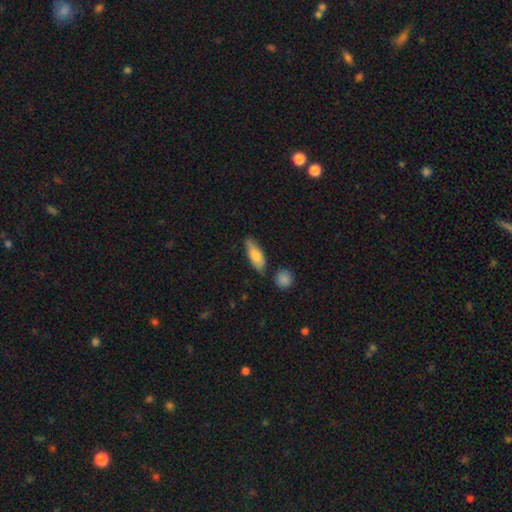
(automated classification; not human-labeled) Smooth or featured? Predicted: smooth (p=0.75). How rounded? Predicted: in between (p=0.69). Merging? Predicted: none (p=0.70).